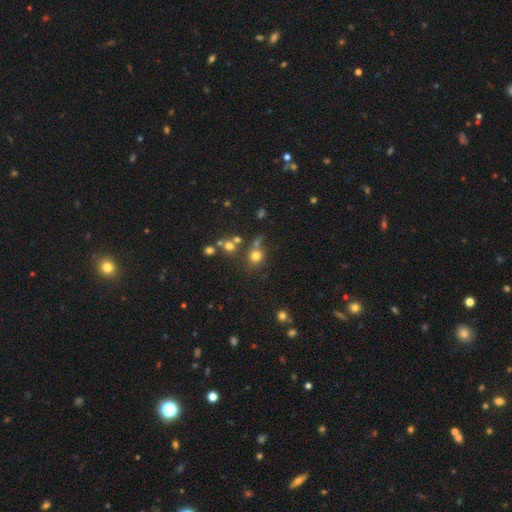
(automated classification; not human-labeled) smooth_or_featured: smooth (p=0.72) [alt: star or artifact p=0.19]
how_rounded: round (p=0.87) [alt: in between p=0.12]
merging: none (p=0.65) [alt: merger p=0.18]